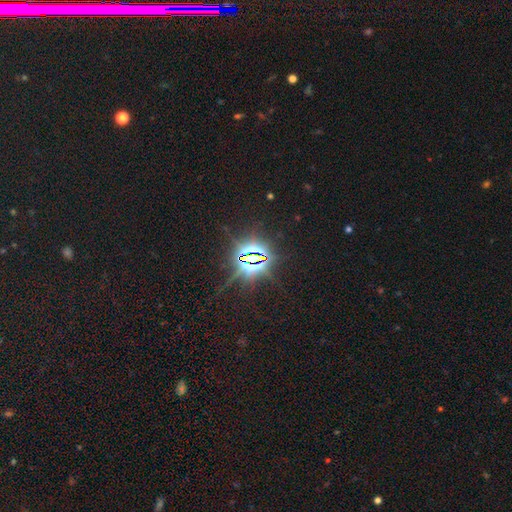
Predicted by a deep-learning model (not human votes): This is clearly a star or artifact rather than a galaxy (85%).